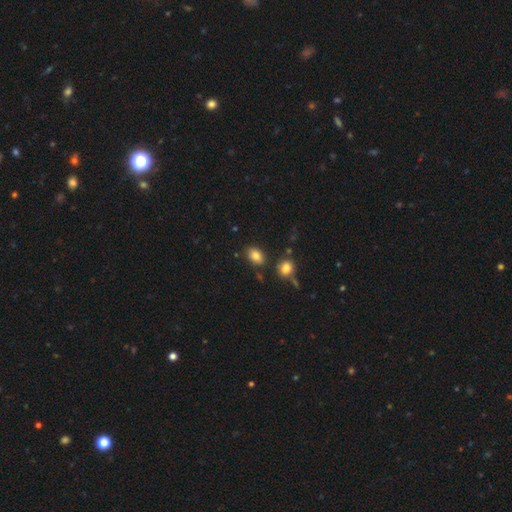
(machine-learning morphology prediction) The model was most divided on "how rounded": in between: 80%, round: 19%, cigar-shaped: 1%. More confident: smooth or featured — smooth (84%); merging — none (78%).